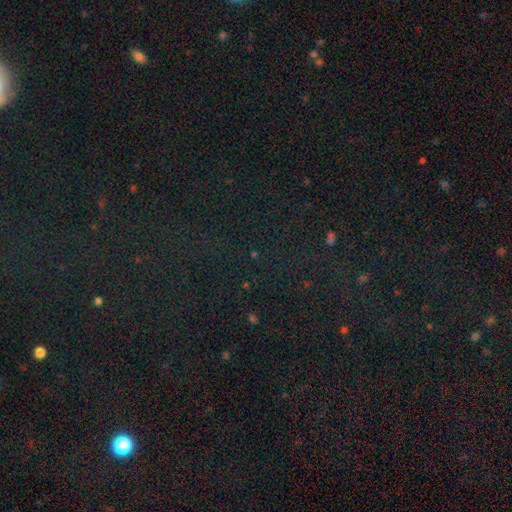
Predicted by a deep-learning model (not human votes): A star or artifact, not a galaxy (80%).

Vote fractions:
- Smooth or featured? star or artifact: 80% / smooth: 12% / featured or disk: 8%